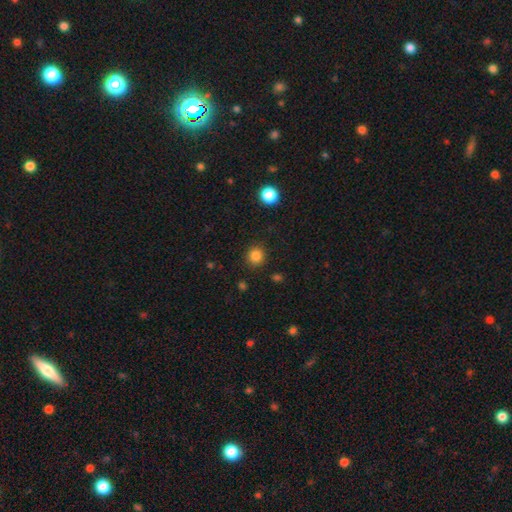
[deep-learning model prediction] Smooth or featured? smooth (84%)
How rounded? round (89%)
Merging? none (89%)